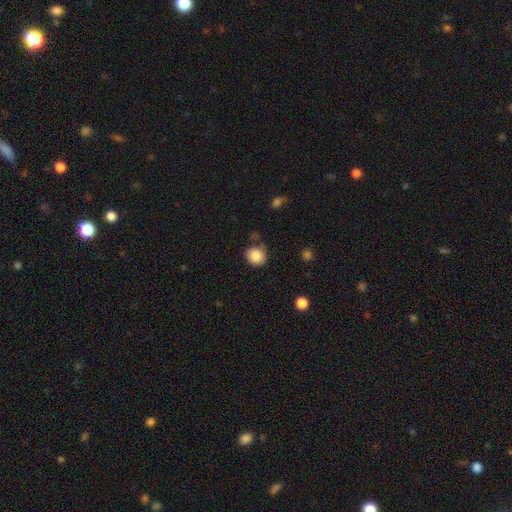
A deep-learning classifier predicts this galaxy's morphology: A smooth galaxy with no disk features (86%) that is round (75%). Merging: none (71%).